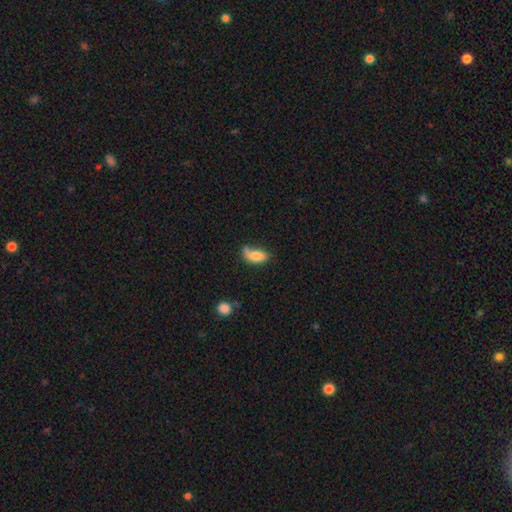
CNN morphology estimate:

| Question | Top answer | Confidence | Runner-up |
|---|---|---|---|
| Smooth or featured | smooth | 75% | featured or disk (16%) |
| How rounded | in between | 88% | cigar-shaped (7%) |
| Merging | none | 40% | minor disturbance (27%) |